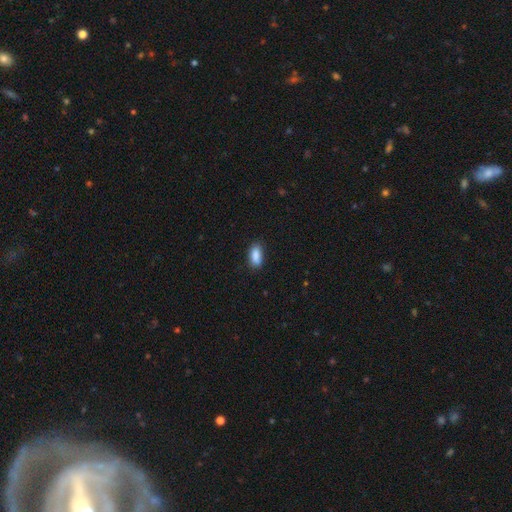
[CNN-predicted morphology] smooth_or_featured: smooth (p=0.89) [alt: star or artifact p=0.07]
how_rounded: in between (p=0.88) [alt: cigar-shaped p=0.09]
merging: none (p=0.80) [alt: minor disturbance p=0.16]